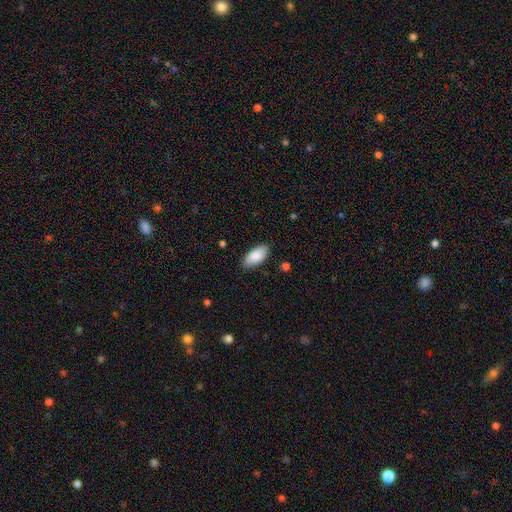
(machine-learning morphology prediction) smooth_or_featured: smooth (p=0.89) [alt: star or artifact p=0.06]
how_rounded: in between (p=0.92) [alt: cigar-shaped p=0.07]
merging: none (p=0.86) [alt: minor disturbance p=0.11]